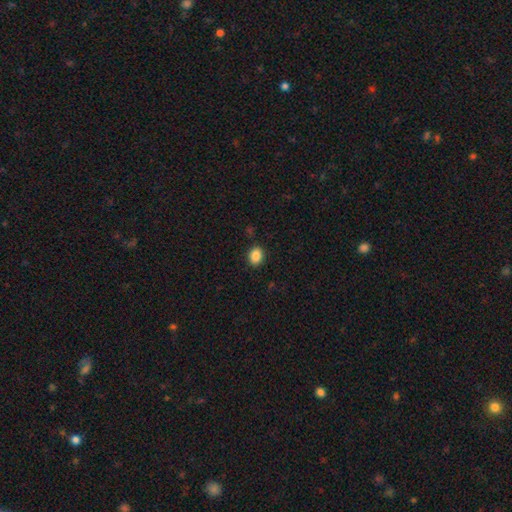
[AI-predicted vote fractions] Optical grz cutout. It shows a smooth galaxy with no disk features (87%) that is in between round and cigar-shaped (52%). Merging: none (88%).